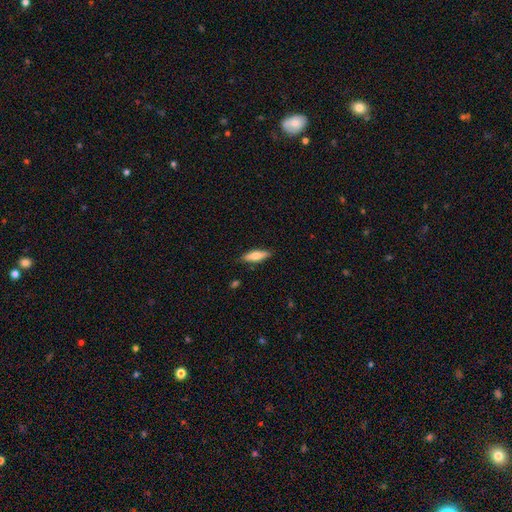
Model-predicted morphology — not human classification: Q: Smooth or featured?
A: smooth (68%); runner-up: featured or disk (26%)
Q: How rounded?
A: in between (50%); runner-up: cigar-shaped (47%)
Q: Merging?
A: none (85%); runner-up: minor disturbance (12%)